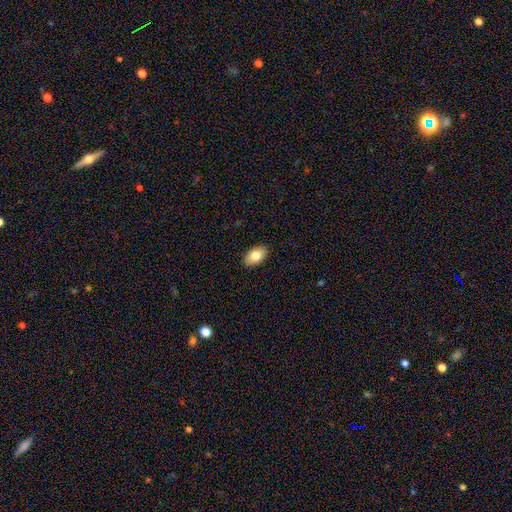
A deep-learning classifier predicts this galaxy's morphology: Smooth or featured: smooth — 81% (featured or disk — 11%)
How rounded: in between — 92% (round — 7%)
Merging: none — 89% (minor disturbance — 8%)